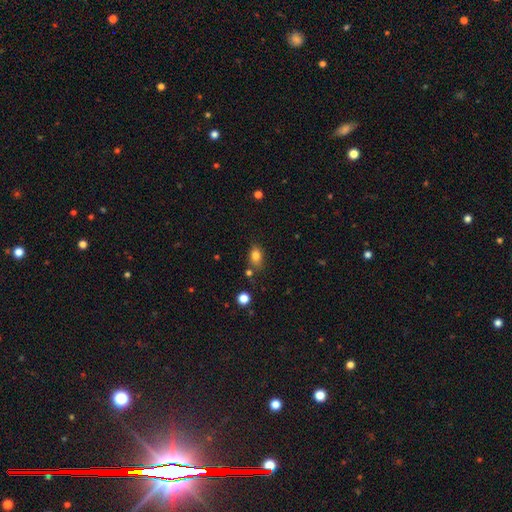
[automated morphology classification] This is clearly a smooth galaxy (81%). How rounded: likely in between (76%). Merging: likely none (71%).